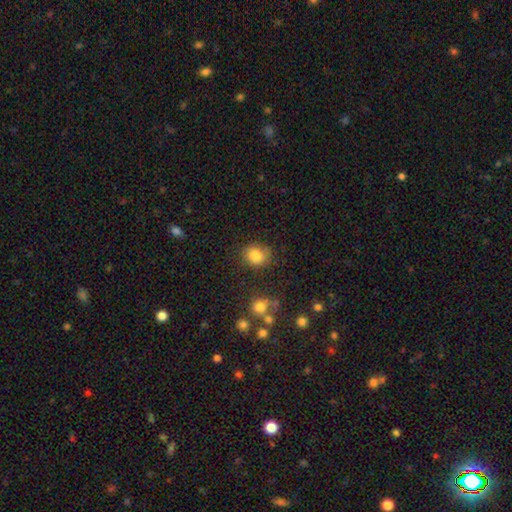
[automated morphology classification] This is clearly a smooth galaxy (84%). How rounded: likely round (68%). Merging: likely none (78%).